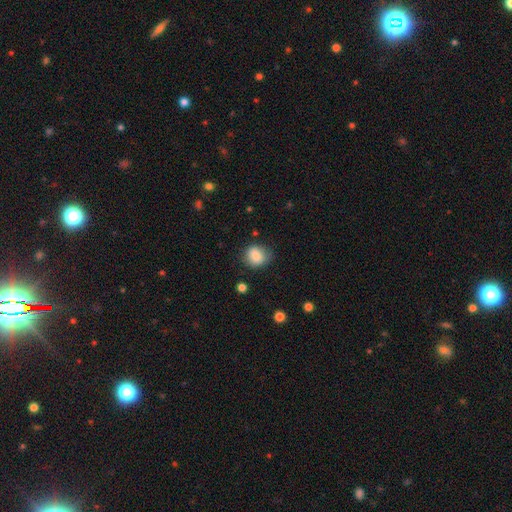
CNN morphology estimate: A smooth galaxy with no disk features (85%) that is round (66%). Merging: none (68%).